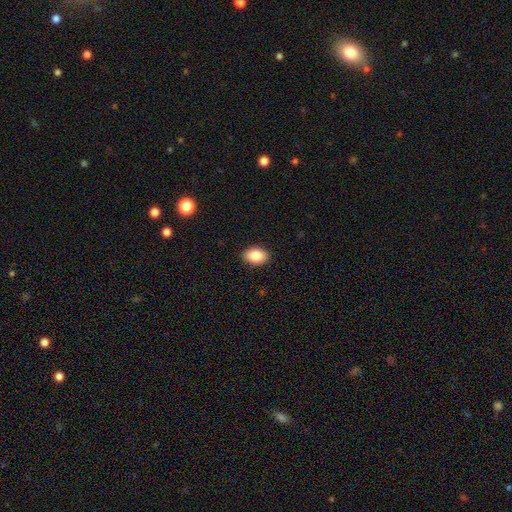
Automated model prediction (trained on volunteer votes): Smooth or featured? smooth (85%)
How rounded? in between (86%)
Merging? none (90%)